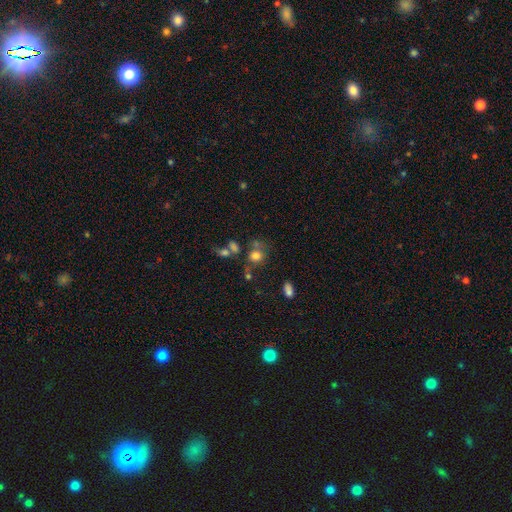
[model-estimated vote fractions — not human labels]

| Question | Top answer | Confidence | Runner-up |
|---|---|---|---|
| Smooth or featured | smooth | 73% | star or artifact (15%) |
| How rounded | round | 65% | in between (33%) |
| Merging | none | 49% | merger (22%) |